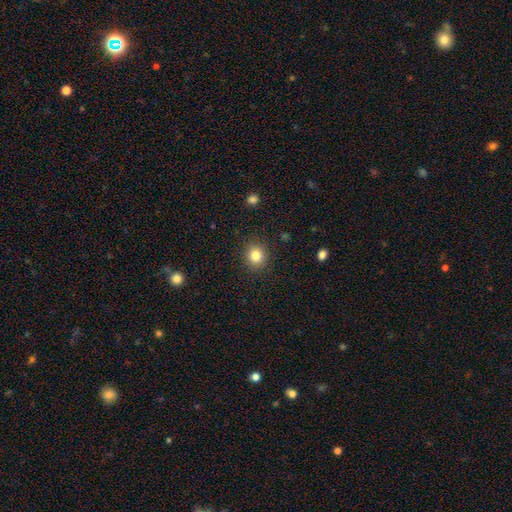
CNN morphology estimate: smooth_or_featured: smooth (p=0.83) [alt: star or artifact p=0.11]
how_rounded: round (p=0.85) [alt: in between p=0.14]
merging: none (p=0.90) [alt: minor disturbance p=0.07]